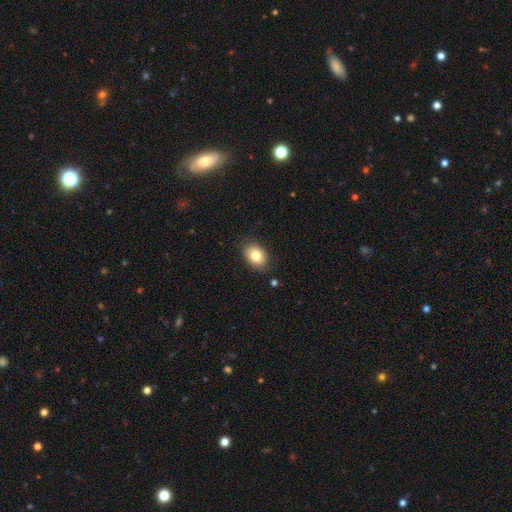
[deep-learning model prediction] This is clearly a smooth galaxy (82%). How rounded: likely in between (73%). Merging: clearly none (84%).